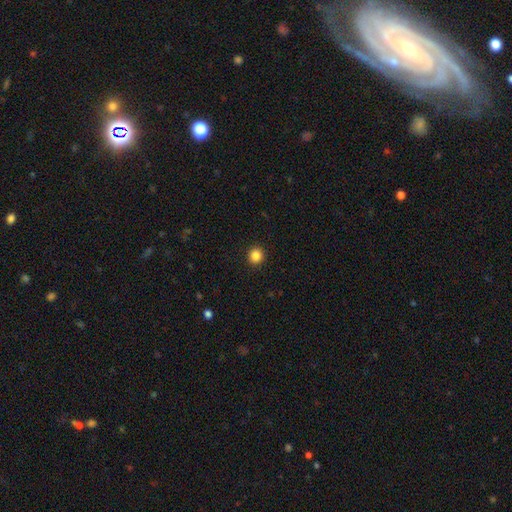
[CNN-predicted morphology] Q: Smooth or featured?
A: smooth (85%); runner-up: star or artifact (11%)
Q: How rounded?
A: round (93%); runner-up: in between (7%)
Q: Merging?
A: none (93%); runner-up: minor disturbance (5%)